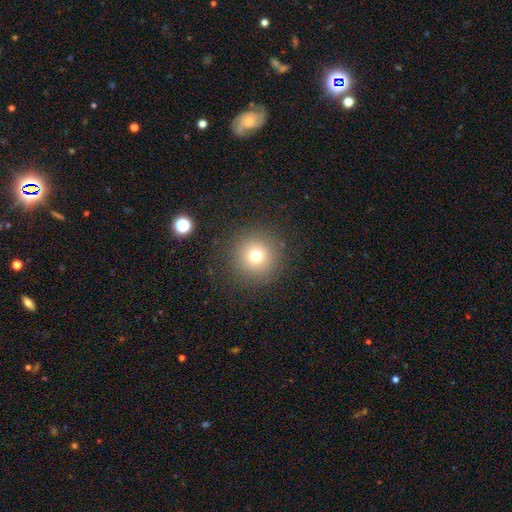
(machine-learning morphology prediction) The model was most divided on "smooth or featured": smooth: 73%, star or artifact: 16%, featured or disk: 11%. More confident: how rounded — round (96%); merging — none (89%).